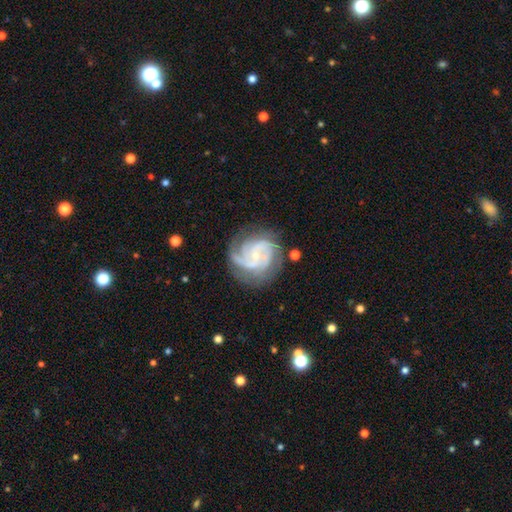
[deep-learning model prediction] This appears to be a featured or disk galaxy (87%) with no bar (60%), 3 (42%) tight (50%) spiral arms (97%) and a small central bulge (77%). Merging: none (72%).